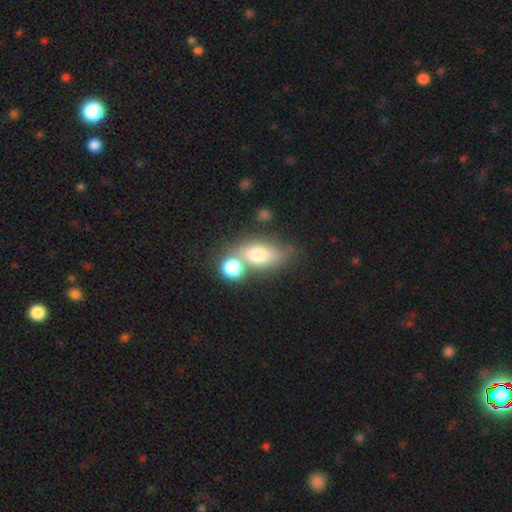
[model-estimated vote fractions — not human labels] Smooth or featured: smooth — 68% (featured or disk — 21%)
How rounded: in between — 72% (round — 17%)
Merging: none — 47% (merger — 32%)